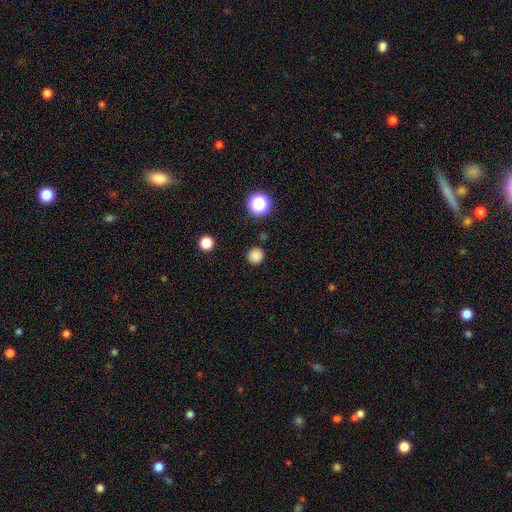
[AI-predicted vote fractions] This is clearly a smooth galaxy (82%). How rounded: clearly round (95%). Merging: clearly none (90%).